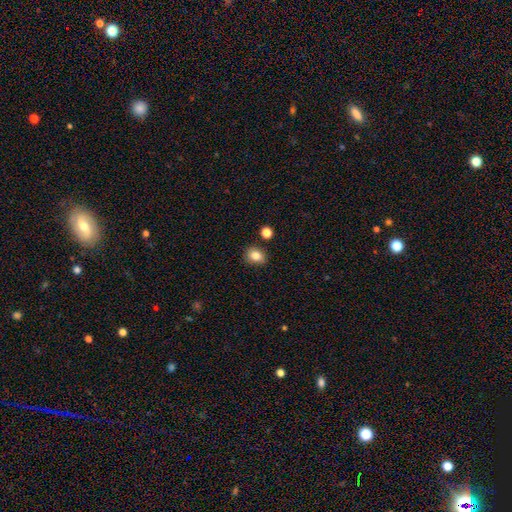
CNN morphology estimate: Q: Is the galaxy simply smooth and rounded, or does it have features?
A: smooth — 83%.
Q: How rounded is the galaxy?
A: in between — 51%.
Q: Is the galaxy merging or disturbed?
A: none — 82%.